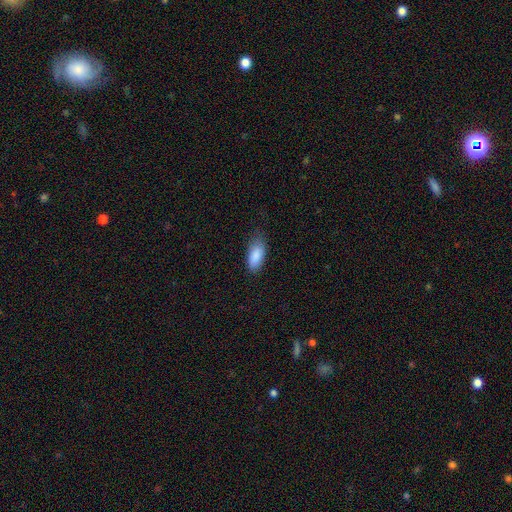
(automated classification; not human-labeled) Overall: smooth (87%). How rounded: in between (87%). Merging: none (66%; minor disturbance 27%).